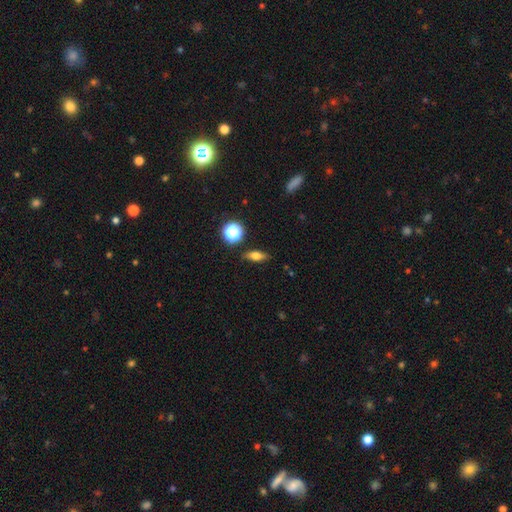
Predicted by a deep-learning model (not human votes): The model was most divided on "how rounded": in between: 60%, cigar-shaped: 26%, round: 14%. More confident: merging — none (84%); smooth or featured — smooth (64%).